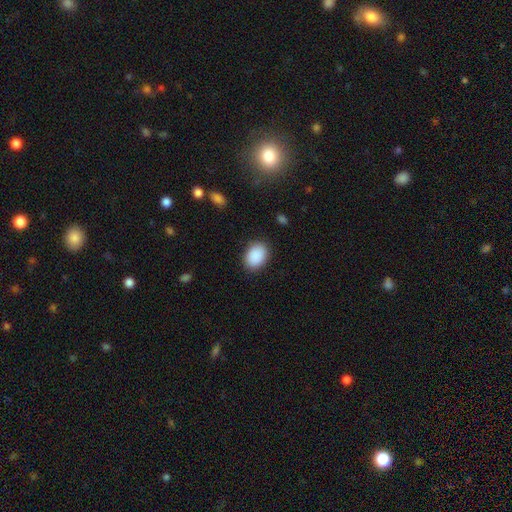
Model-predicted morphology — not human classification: Smooth or featured?
  - smooth: 90% *
  - star or artifact: 7%
  - featured or disk: 3%
How rounded?
  - in between: 73% *
  - round: 26%
  - cigar-shaped: 1%
Merging?
  - none: 87% *
  - minor disturbance: 9%
  - major disturbance: 3%
  - merger: 1%